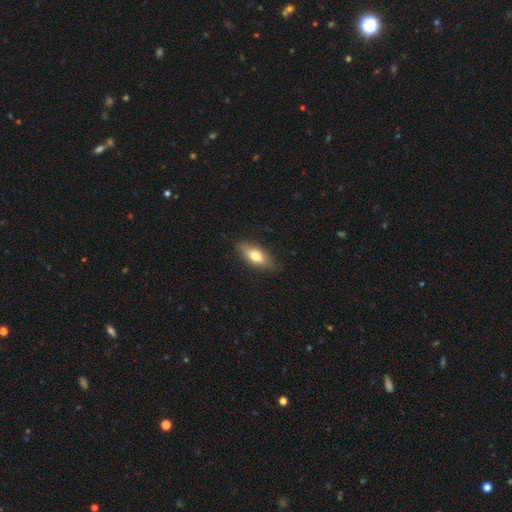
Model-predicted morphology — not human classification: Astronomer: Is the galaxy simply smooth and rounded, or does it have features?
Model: smooth — 67%.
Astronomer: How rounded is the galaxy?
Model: in between — 74%.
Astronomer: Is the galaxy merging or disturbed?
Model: none — 83%.